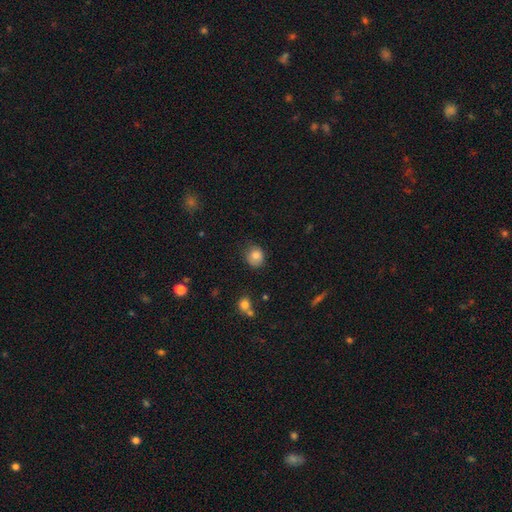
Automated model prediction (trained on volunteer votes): smooth_or_featured: smooth (p=0.82) [alt: star or artifact p=0.10]
how_rounded: round (p=0.76) [alt: in between p=0.23]
merging: none (p=0.72) [alt: minor disturbance p=0.22]